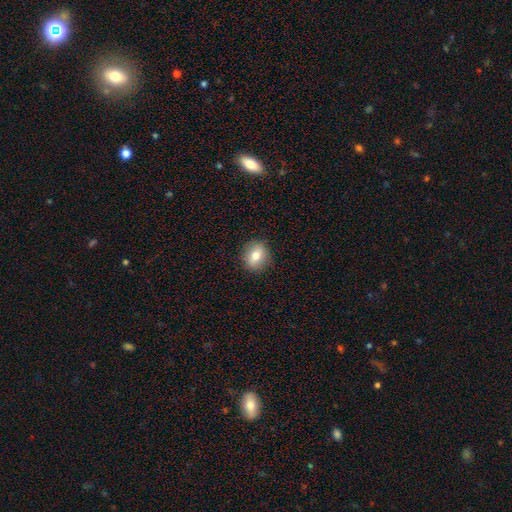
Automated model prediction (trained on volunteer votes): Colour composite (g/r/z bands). It shows a smooth galaxy with no disk features (73%) that is round (66%). Merging: none (89%).